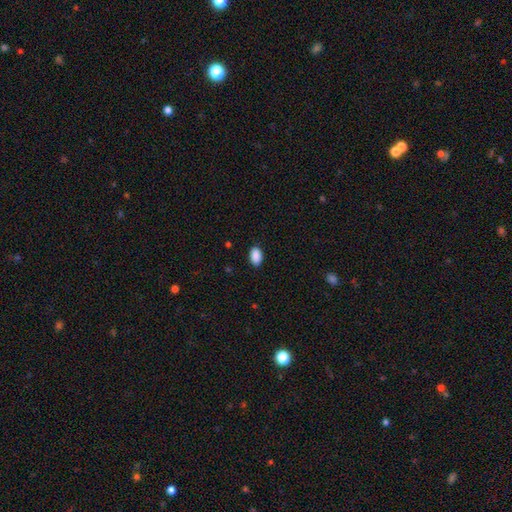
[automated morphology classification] type=smooth (91%); roundness=in between (93%); merging=none (88%).